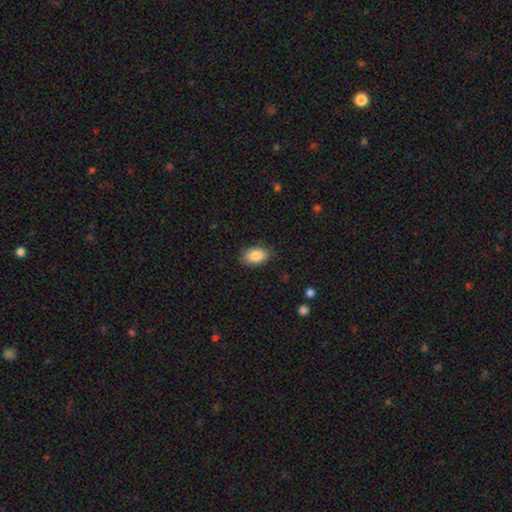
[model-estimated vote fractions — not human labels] A smooth galaxy with no disk features (87%) that is in between round and cigar-shaped (89%). Merging: none (85%).